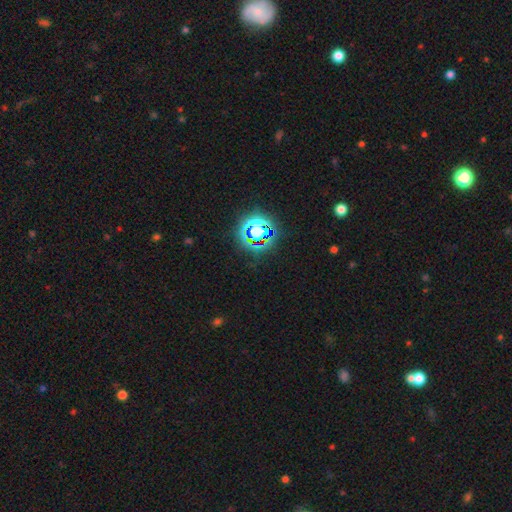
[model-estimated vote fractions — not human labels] This is clearly a star or artifact rather than a galaxy (81%).